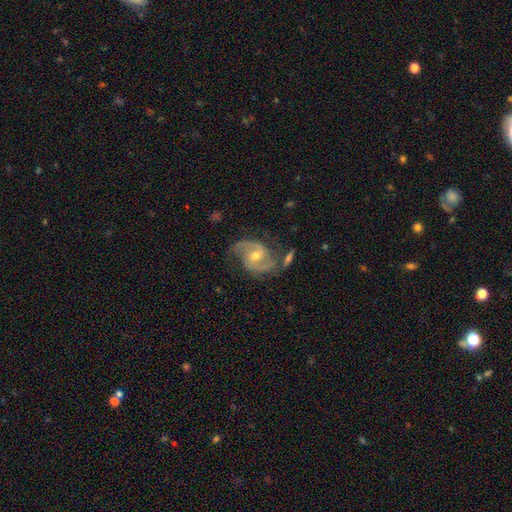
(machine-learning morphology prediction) Smooth or featured: featured or disk — 89% (star or artifact — 6%)
Edge-on disk: no — 97% (yes — 3%)
Bar: no — 44% (weak — 40%)
Spiral arms: yes — 97% (no — 3%)
Spiral winding: medium — 56% (loose — 25%)
Spiral arm count: 2 — 91% (can't tell — 3%)
Bulge size: moderate — 55% (small — 42%)
Merging: none — 68% (minor disturbance — 18%)